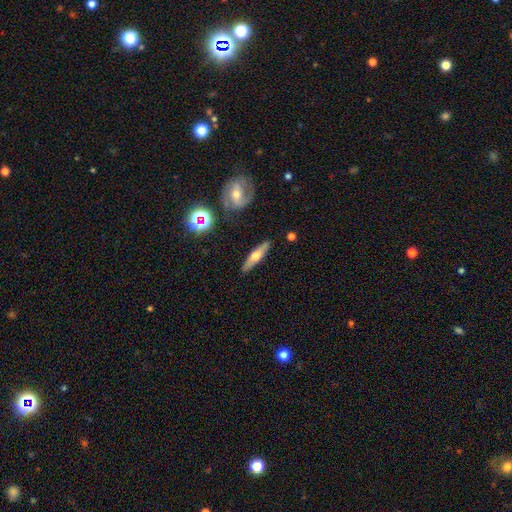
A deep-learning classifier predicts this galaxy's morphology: Smooth or featured? featured or disk (48%)
Merging? none (87%)